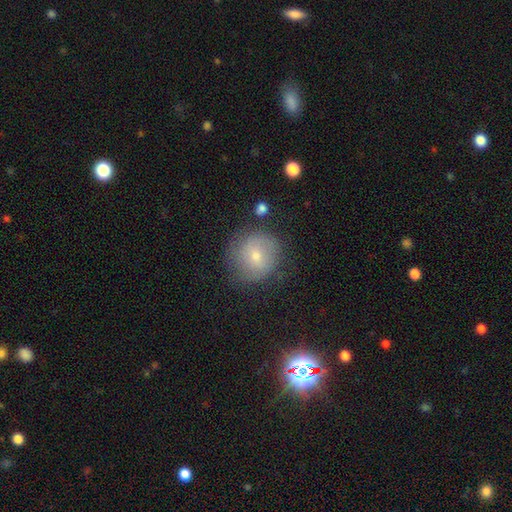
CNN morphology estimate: smooth 55%, featured or disk 31%, star or artifact 15%. Down the decision tree: how rounded — round (90%); merging — none (77%).